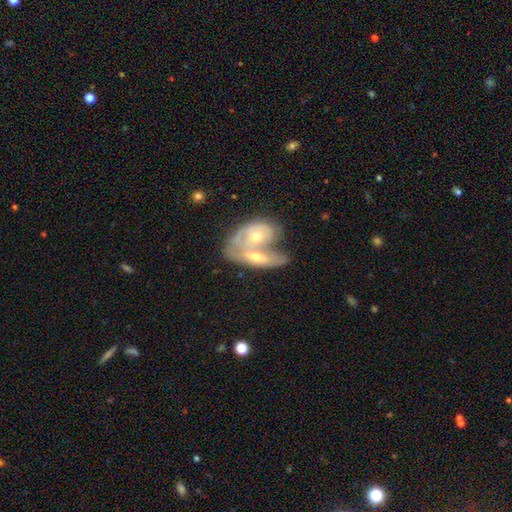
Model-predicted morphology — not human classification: smooth_or_featured: featured or disk (p=0.64) [alt: smooth p=0.30]
disk_edge_on: no (p=0.87) [alt: yes p=0.13]
bar: no (p=0.79) [alt: weak p=0.16]
has_spiral_arms: no (p=0.50) [tied with: yes p=0.50]
bulge_size: moderate (p=0.60) [alt: small p=0.34]
merging: merger (p=0.73) [alt: none p=0.16]